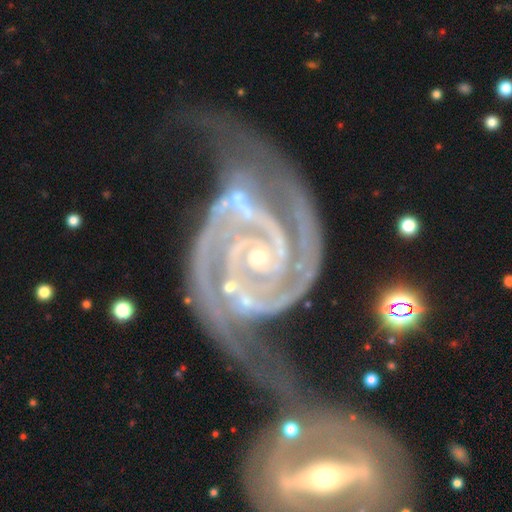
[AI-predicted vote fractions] featured or disk 95%, star or artifact 3%, smooth 2%. Down the decision tree: edge-on disk — no (98%); bar — no (43%); spiral arms — yes (99%); spiral arm count — 2 (83%); spiral winding — tight (64%); bulge size — small (79%); merging — merger (58%).